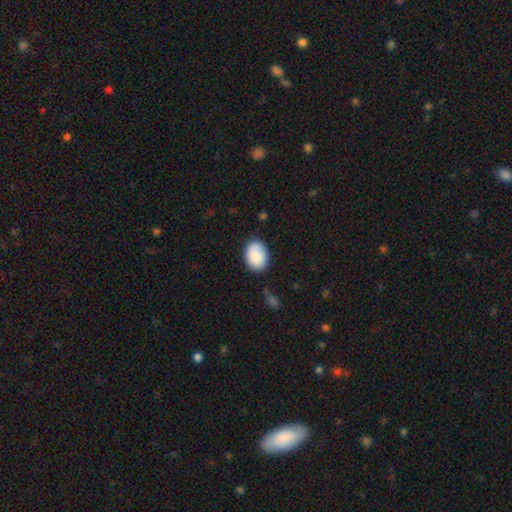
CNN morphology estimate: type=smooth (88%); roundness=in between (79%); merging=none (78%).